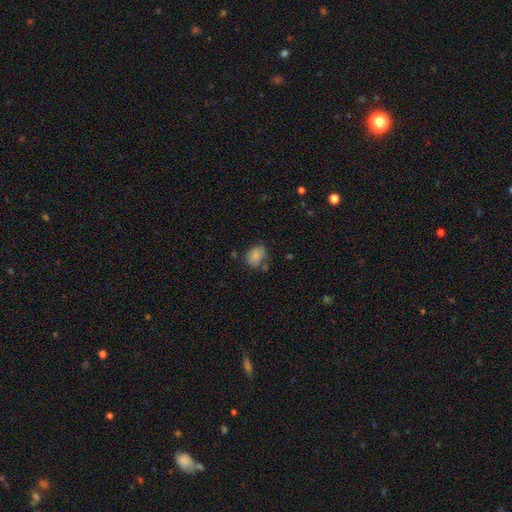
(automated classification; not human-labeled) This appears to be a smooth galaxy with no disk features (82%) that is in between round and cigar-shaped (68%). Merging: none (61%).